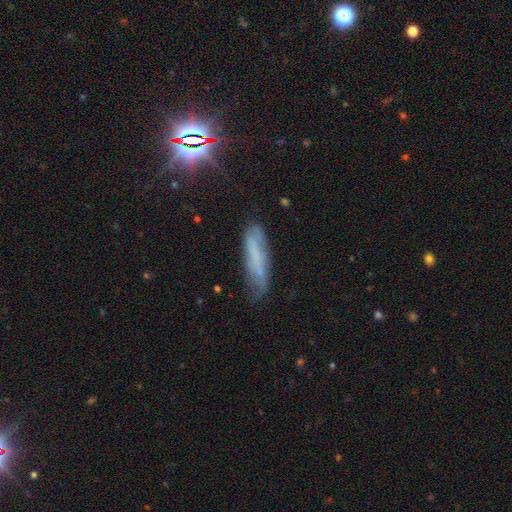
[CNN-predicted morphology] Q: Smooth or featured?
A: smooth (52%); runner-up: featured or disk (33%)
Q: How rounded?
A: cigar-shaped (73%); runner-up: in between (25%)
Q: Merging?
A: none (62%); runner-up: minor disturbance (27%)